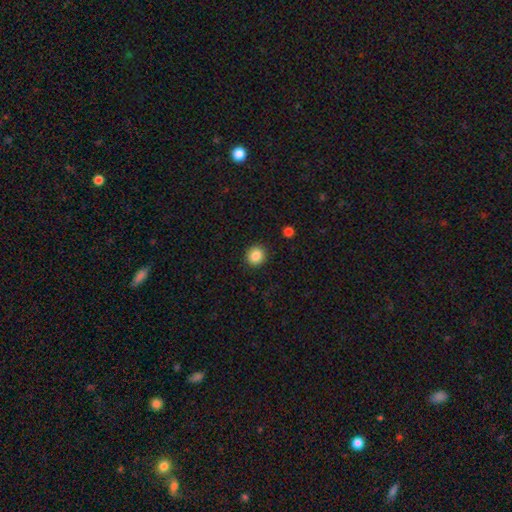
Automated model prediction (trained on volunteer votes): Smooth or featured?
  - smooth: 86% *
  - star or artifact: 9%
  - featured or disk: 4%
How rounded?
  - round: 80% *
  - in between: 19%
  - cigar-shaped: 1%
Merging?
  - none: 90% *
  - minor disturbance: 6%
  - major disturbance: 2%
  - merger: 1%